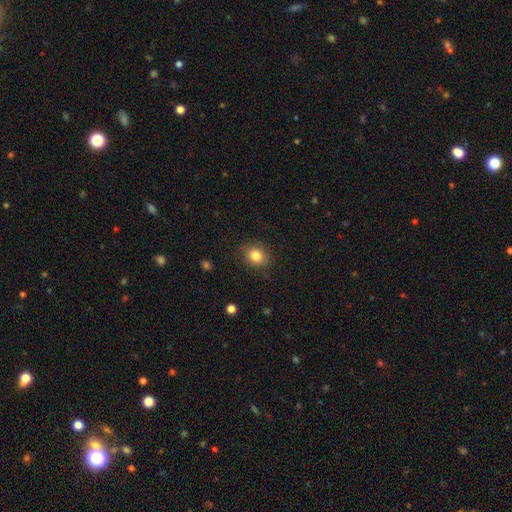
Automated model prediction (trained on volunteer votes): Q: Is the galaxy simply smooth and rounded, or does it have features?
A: smooth — 84%.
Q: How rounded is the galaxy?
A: round — 56%.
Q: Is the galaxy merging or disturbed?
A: none — 85%.